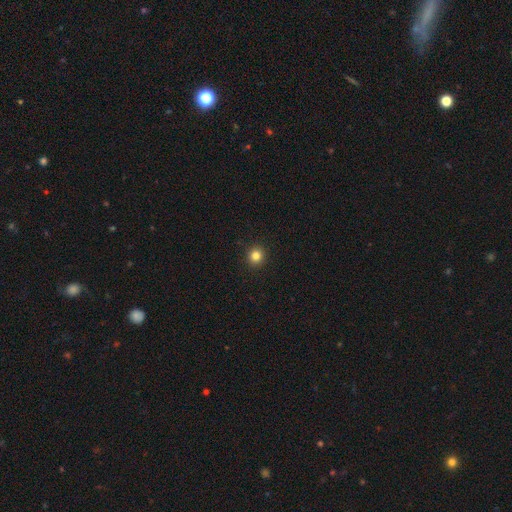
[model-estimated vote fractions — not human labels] A smooth galaxy with no disk features (83%) that is round (92%).

Vote fractions:
- Smooth or featured? smooth: 83% / star or artifact: 12% / featured or disk: 5%
- How rounded? round: 92% / in between: 7% / cigar-shaped: 1%
- Merging? none: 93% / minor disturbance: 4% / major disturbance: 2% / merger: 1%